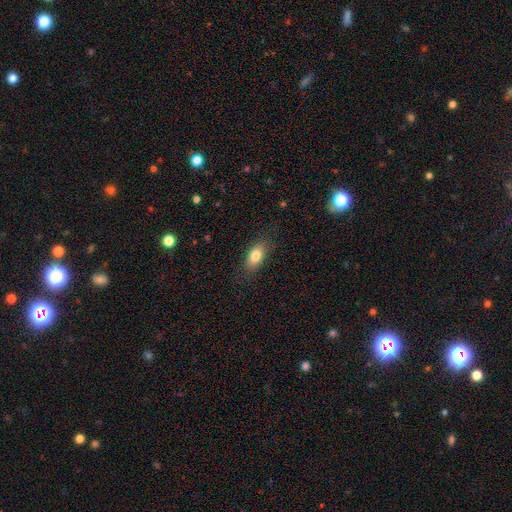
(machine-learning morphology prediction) Overall: smooth (80%). How rounded: in between (86%). Merging: none (83%).